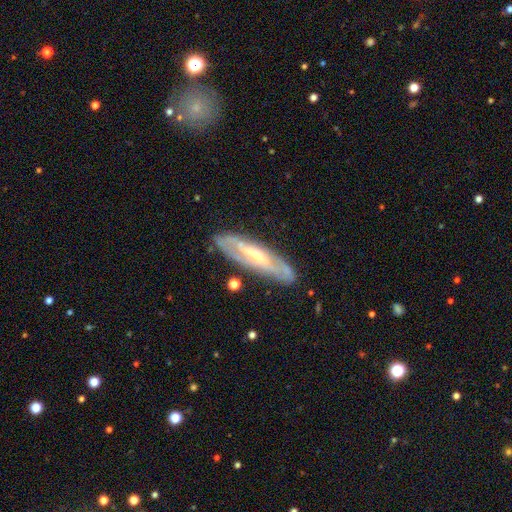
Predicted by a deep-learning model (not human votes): This appears to be a featured or disk galaxy (73%). Merging: none (80%).